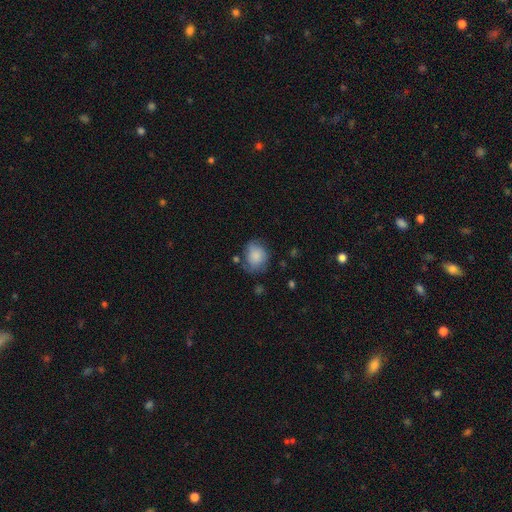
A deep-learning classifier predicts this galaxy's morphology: Q: Smooth or featured?
A: smooth (80%); runner-up: featured or disk (13%)
Q: How rounded?
A: round (53%); runner-up: in between (46%)
Q: Merging?
A: none (52%); runner-up: minor disturbance (31%)